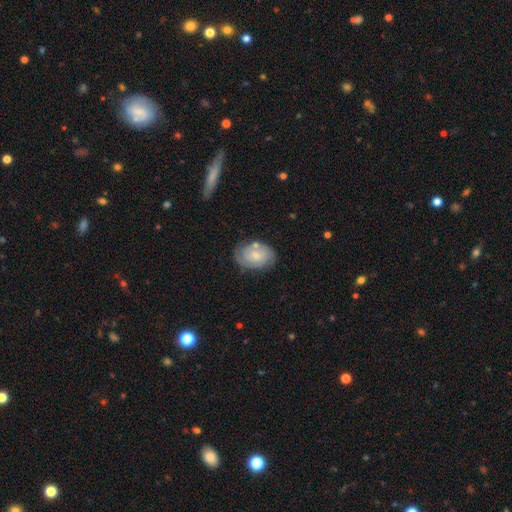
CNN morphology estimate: Q: Smooth or featured?
A: featured or disk (50%); runner-up: smooth (43%)
Q: Merging?
A: none (69%); runner-up: minor disturbance (19%)